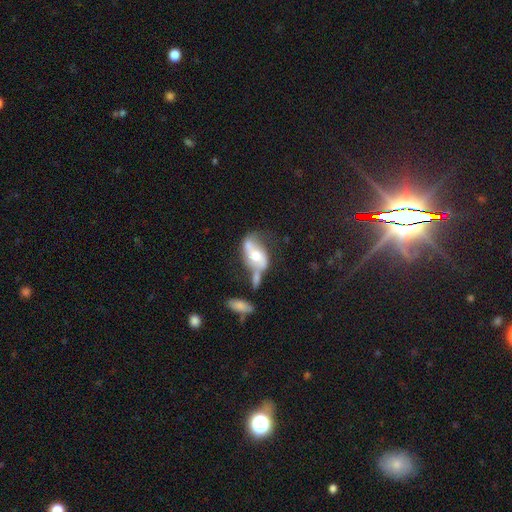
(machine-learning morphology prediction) Q: Smooth or featured?
A: featured or disk (65%); runner-up: smooth (27%)
Q: Edge-on disk?
A: no (92%); runner-up: yes (8%)
Q: Bar?
A: no (54%); runner-up: weak (32%)
Q: Spiral arms?
A: yes (77%); runner-up: no (23%)
Q: Bulge size?
A: moderate (64%); runner-up: small (20%)
Q: Merging?
A: none (32%); tied with: merger (32%)